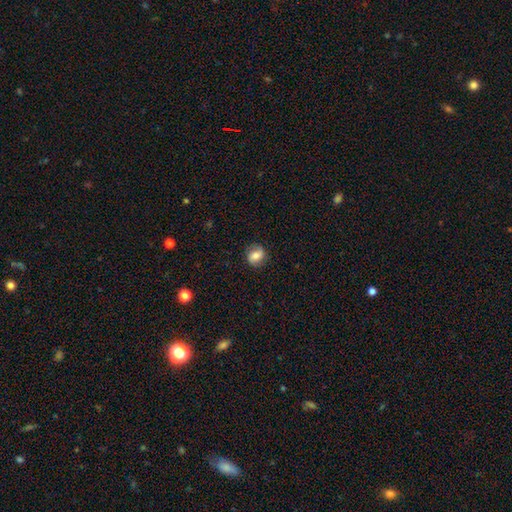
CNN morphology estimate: Smooth or featured?
  - smooth: 70% *
  - featured or disk: 21%
  - star or artifact: 9%
How rounded?
  - round: 66% *
  - in between: 32%
  - cigar-shaped: 1%
Merging?
  - none: 83% *
  - minor disturbance: 13%
  - major disturbance: 4%
  - merger: 1%